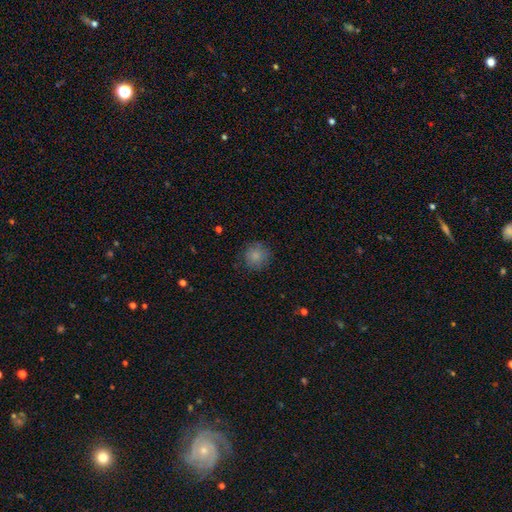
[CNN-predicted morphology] Overall: smooth (84%). How rounded: round (93%). Merging: none (84%).